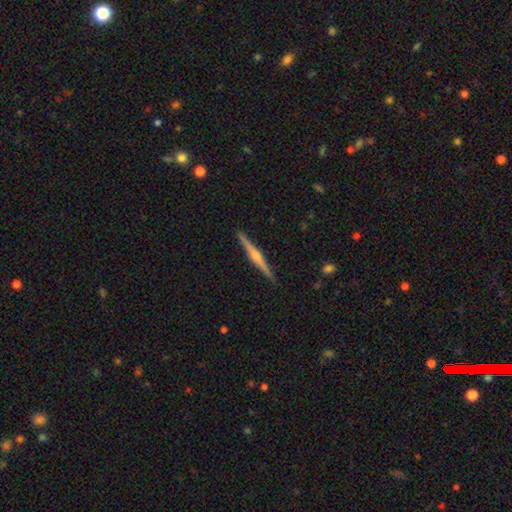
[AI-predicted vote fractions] A featured or disk galaxy (78%) viewed edge-on (98%) with a rounded central bulge (84%). Merging: none (92%).